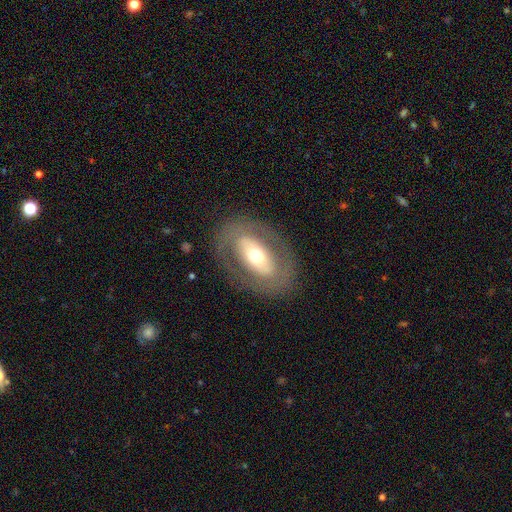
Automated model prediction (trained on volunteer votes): Smooth or featured?
  - featured or disk: 55% *
  - smooth: 38%
  - star or artifact: 7%
Edge-on disk?
  - no: 88% *
  - yes: 12%
Merging?
  - none: 79% *
  - minor disturbance: 11%
  - major disturbance: 9%
  - merger: 1%